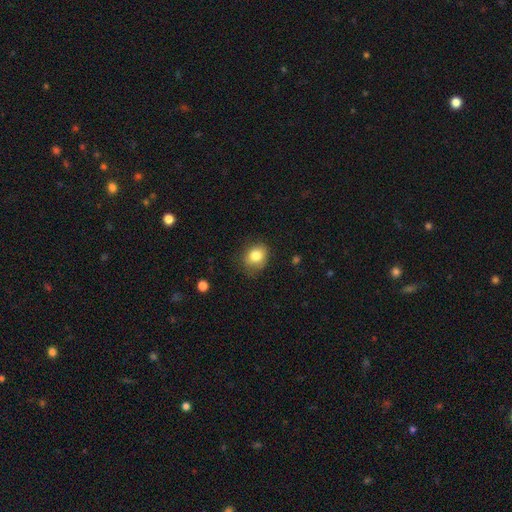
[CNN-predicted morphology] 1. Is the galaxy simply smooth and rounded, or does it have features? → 81% smooth, 10% star or artifact, 9% featured or disk.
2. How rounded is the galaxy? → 58% round, 41% in between, 1% cigar-shaped.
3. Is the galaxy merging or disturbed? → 71% none, 22% minor disturbance, 6% major disturbance, 1% merger.